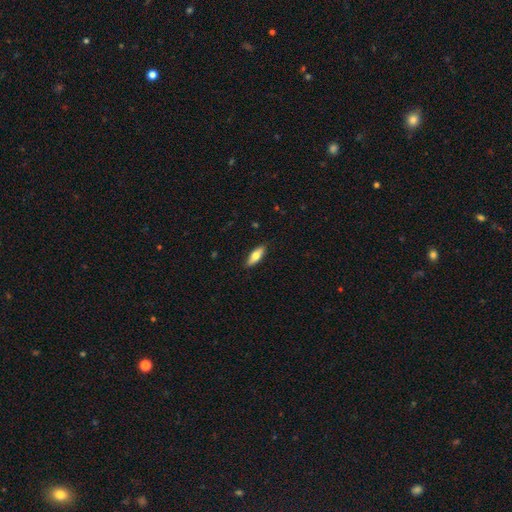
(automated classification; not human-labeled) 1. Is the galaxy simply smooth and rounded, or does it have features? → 71% smooth, 23% featured or disk, 6% star or artifact.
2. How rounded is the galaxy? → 62% in between, 36% cigar-shaped, 2% round.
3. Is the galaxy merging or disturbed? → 87% none, 10% minor disturbance, 2% major disturbance, 1% merger.